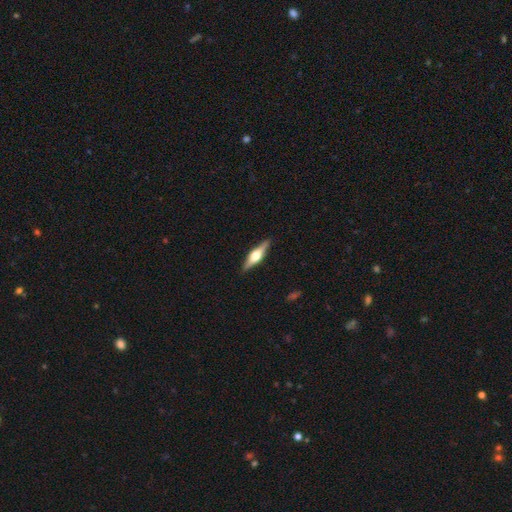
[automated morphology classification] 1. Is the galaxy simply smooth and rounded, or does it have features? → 69% featured or disk, 26% smooth, 5% star or artifact.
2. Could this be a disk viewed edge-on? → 97% yes, 3% no.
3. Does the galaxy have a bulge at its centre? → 93% rounded, 6% boxy, 2% none.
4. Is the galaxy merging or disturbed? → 90% none, 7% minor disturbance, 2% major disturbance, 1% merger.